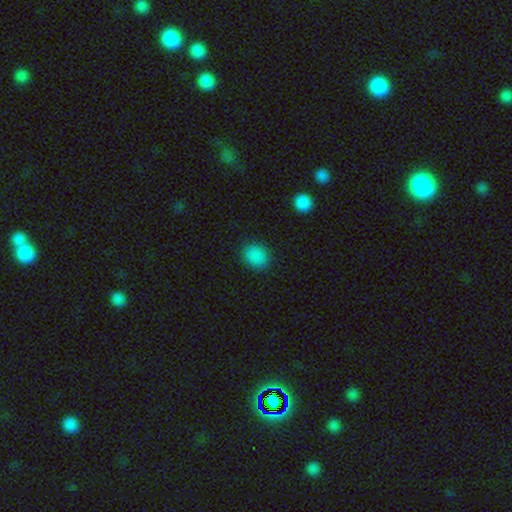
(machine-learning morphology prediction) Q: Smooth or featured?
A: smooth (87%); runner-up: star or artifact (10%)
Q: How rounded?
A: round (64%); runner-up: in between (35%)
Q: Merging?
A: none (89%); runner-up: minor disturbance (7%)